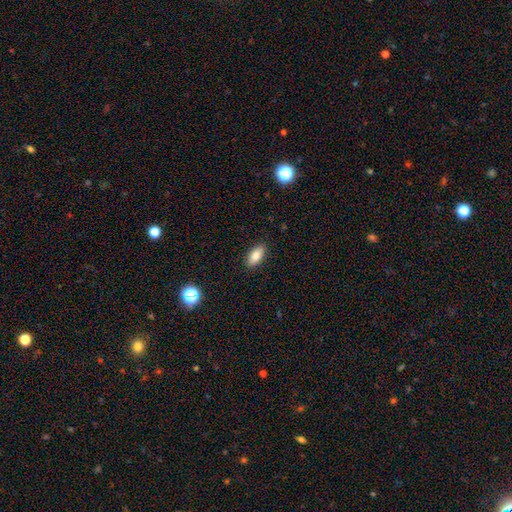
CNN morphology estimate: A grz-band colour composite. It shows a smooth galaxy with no disk features (82%) that is in between round and cigar-shaped (86%). Merging: none (89%).